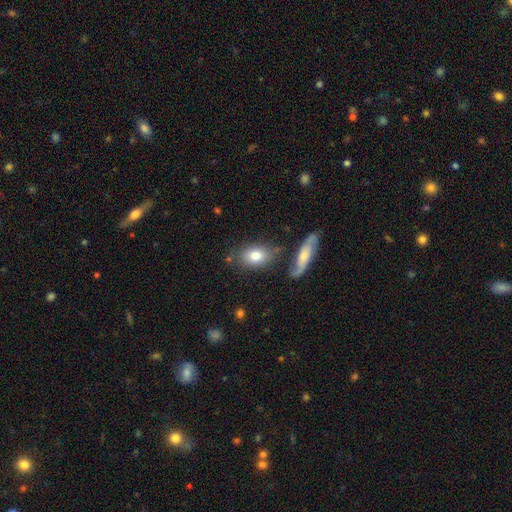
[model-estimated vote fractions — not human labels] Smooth or featured: smooth — 77% (featured or disk — 15%)
How rounded: in between — 77% (round — 19%)
Merging: none — 70% (minor disturbance — 15%)